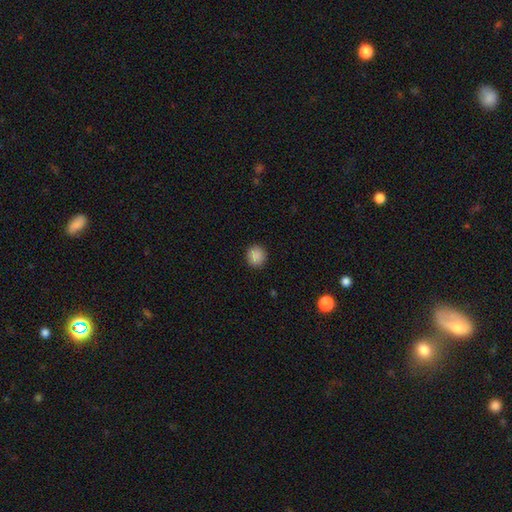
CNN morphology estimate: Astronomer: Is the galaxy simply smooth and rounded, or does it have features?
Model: smooth — 88%.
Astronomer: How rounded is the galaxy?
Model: round — 90%.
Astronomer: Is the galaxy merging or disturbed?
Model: none — 91%.